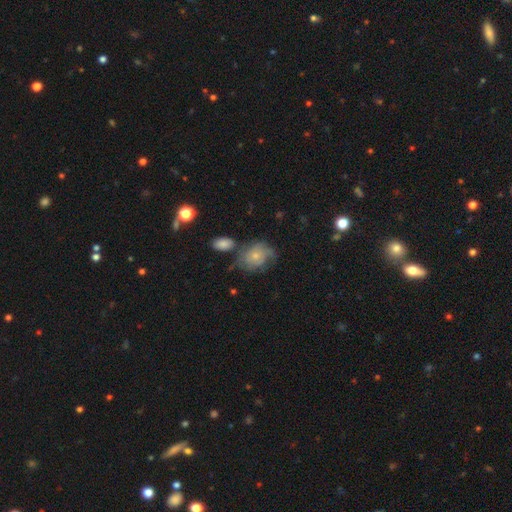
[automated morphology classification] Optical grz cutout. It shows a smooth galaxy with no disk features (49%). Merging: none (44%).